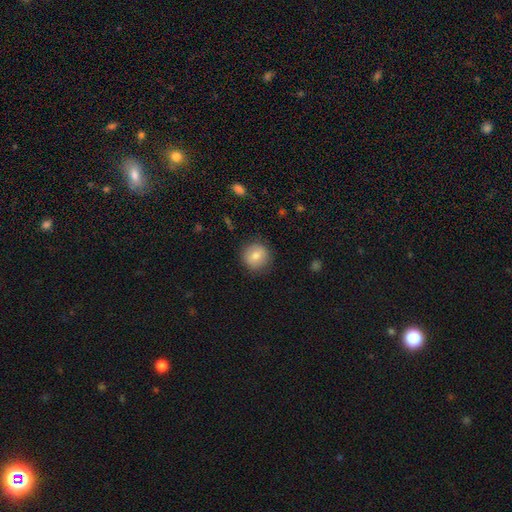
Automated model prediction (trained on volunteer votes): Smooth or featured: smooth — 79% (featured or disk — 13%)
How rounded: round — 90% (in between — 9%)
Merging: none — 87% (minor disturbance — 9%)